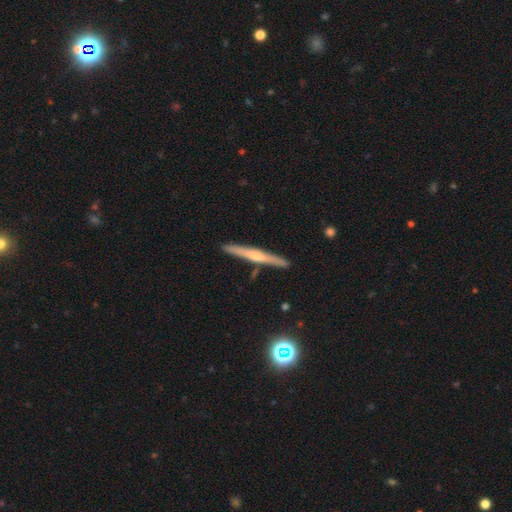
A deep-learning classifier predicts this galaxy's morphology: smooth-or-featured: featured or disk: 66% | smooth: 28% | star or artifact: 6%
  disk-edge-on: yes: 97% | no: 3%
    edge-on-bulge: rounded: 72% | none: 22% | boxy: 6%
  merging: none: 90% | minor disturbance: 7% | merger: 2% | major disturbance: 1%